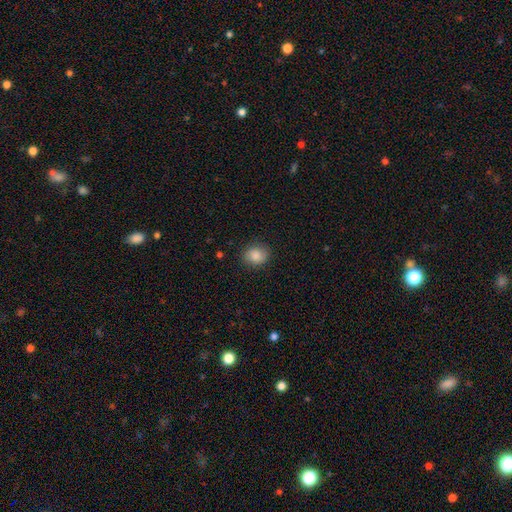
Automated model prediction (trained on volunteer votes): smooth 86%, star or artifact 8%, featured or disk 6%. Down the decision tree: how rounded — round (65%); merging — none (86%).